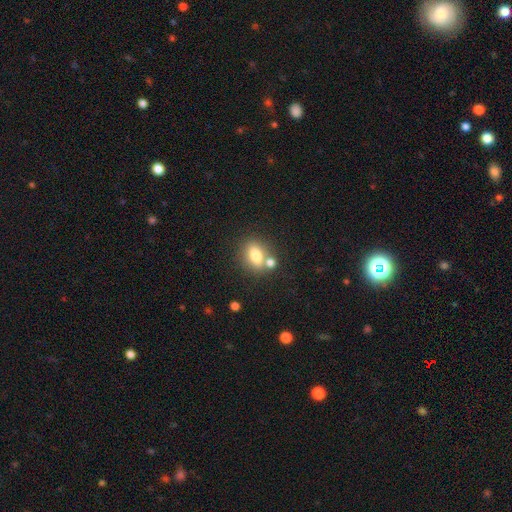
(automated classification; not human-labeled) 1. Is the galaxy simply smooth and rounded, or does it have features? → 75% smooth, 15% featured or disk, 10% star or artifact.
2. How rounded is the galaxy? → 70% in between, 26% round, 5% cigar-shaped.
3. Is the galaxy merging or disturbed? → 62% none, 23% merger, 11% minor disturbance, 4% major disturbance.